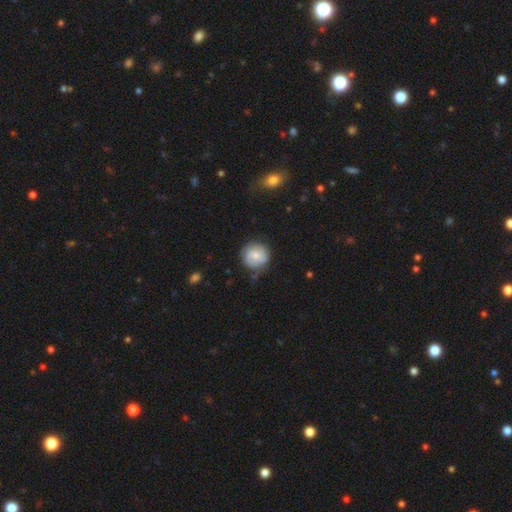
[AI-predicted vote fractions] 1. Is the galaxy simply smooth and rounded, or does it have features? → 56% smooth, 37% featured or disk, 7% star or artifact.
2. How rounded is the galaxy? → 91% round, 8% in between, 1% cigar-shaped.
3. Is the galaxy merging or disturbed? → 69% none, 22% minor disturbance, 6% major disturbance, 2% merger.